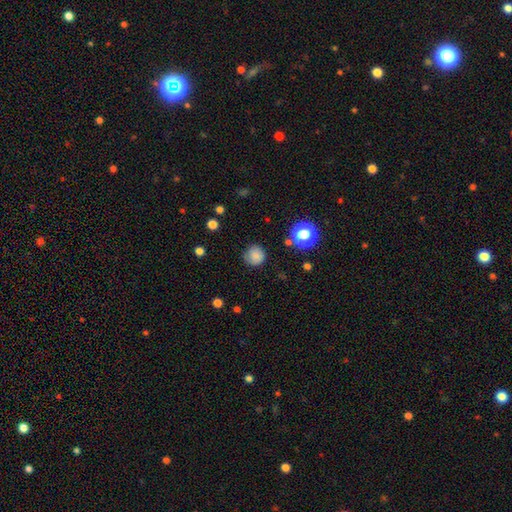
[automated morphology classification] Smooth or featured? Predicted: smooth (p=0.79). How rounded? Predicted: round (p=0.92). Merging? Predicted: none (p=0.75).